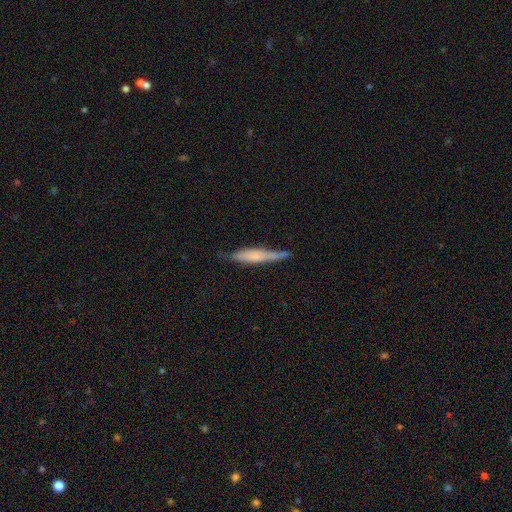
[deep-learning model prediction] Overall: smooth (55%; featured or disk 39%). How rounded: cigar-shaped (88%). Merging: none (58%; minor disturbance 29%).